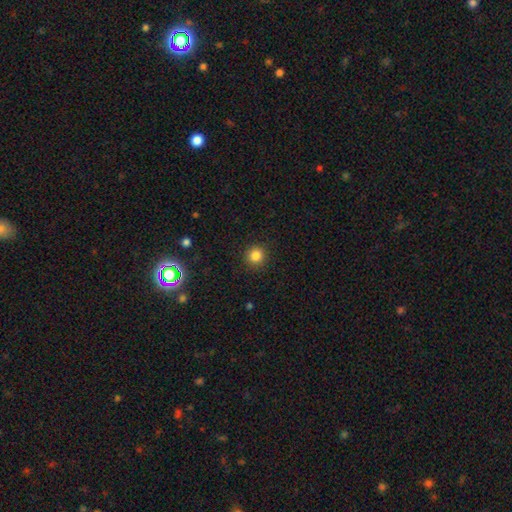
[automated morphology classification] A smooth galaxy with no disk features (84%) that is round (94%). Merging: none (92%).